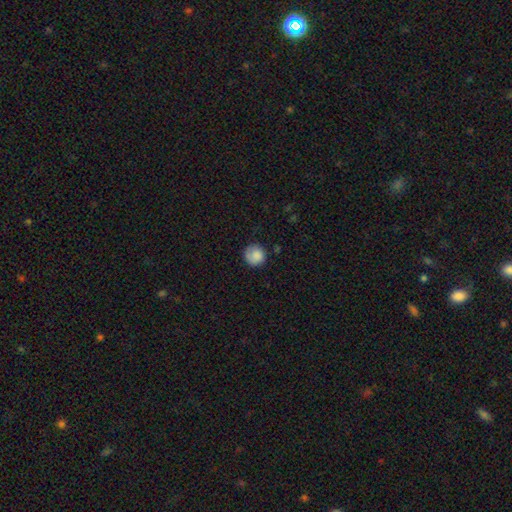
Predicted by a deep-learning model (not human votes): Smooth or featured?
  - smooth: 84% *
  - featured or disk: 9%
  - star or artifact: 8%
How rounded?
  - round: 93% *
  - in between: 7%
  - cigar-shaped: 1%
Merging?
  - none: 76% *
  - minor disturbance: 17%
  - major disturbance: 5%
  - merger: 2%